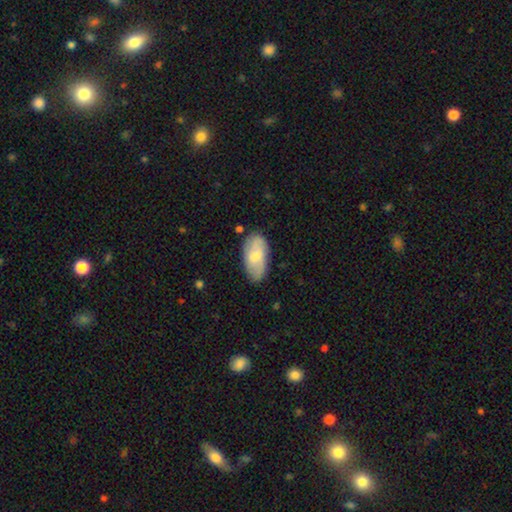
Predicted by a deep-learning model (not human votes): Q: Smooth or featured?
A: smooth (61%); runner-up: featured or disk (33%)
Q: How rounded?
A: in between (93%); runner-up: cigar-shaped (4%)
Q: Merging?
A: none (76%); runner-up: minor disturbance (18%)